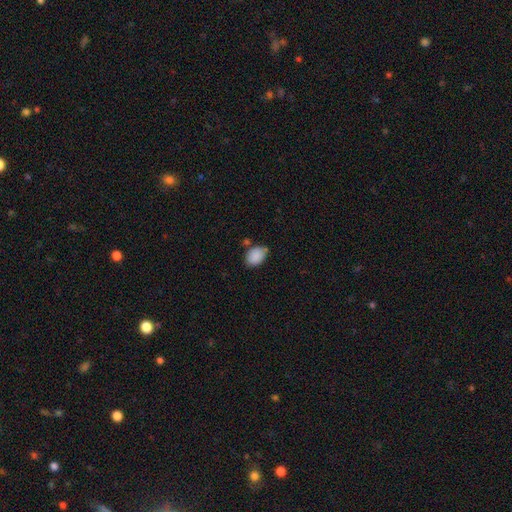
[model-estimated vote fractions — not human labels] This appears to be a smooth galaxy with no disk features (88%) that is in between round and cigar-shaped (80%). Merging: none (63%).